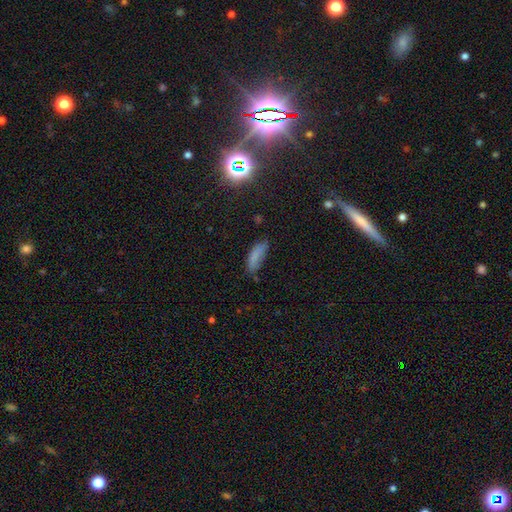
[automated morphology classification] This is likely a smooth galaxy (76%). How rounded: likely in between (63%). Merging: possibly none (53%).